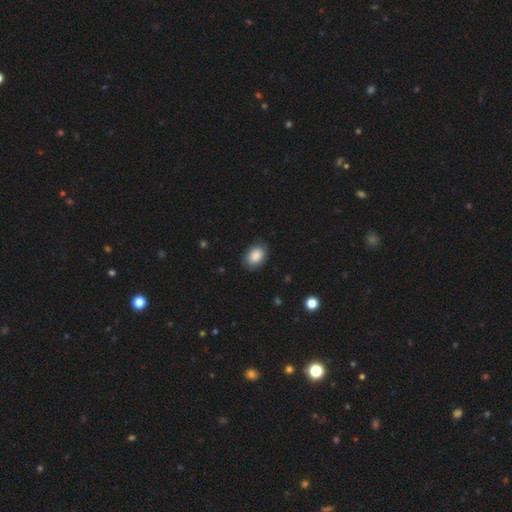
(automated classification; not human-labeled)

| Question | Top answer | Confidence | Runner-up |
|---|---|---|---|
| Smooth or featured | smooth | 87% | star or artifact (7%) |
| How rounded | in between | 76% | round (23%) |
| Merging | none | 80% | minor disturbance (15%) |